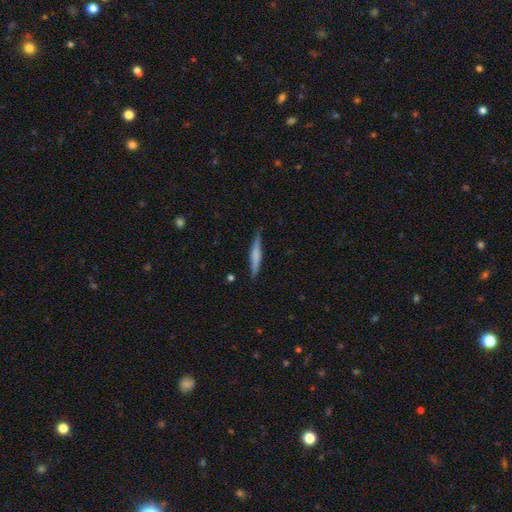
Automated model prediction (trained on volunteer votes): Q: Smooth or featured?
A: smooth (54%); runner-up: featured or disk (40%)
Q: How rounded?
A: cigar-shaped (92%); runner-up: in between (6%)
Q: Merging?
A: none (85%); runner-up: minor disturbance (12%)